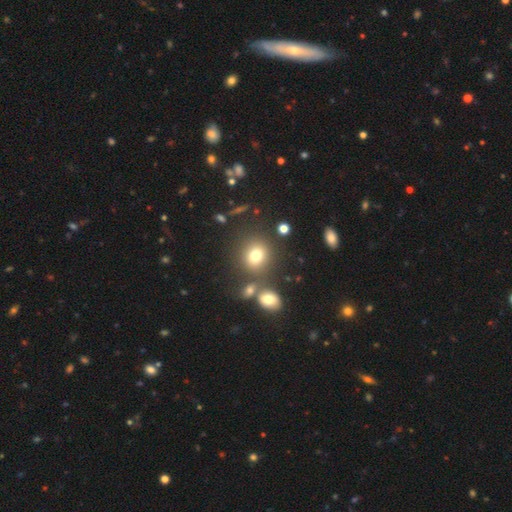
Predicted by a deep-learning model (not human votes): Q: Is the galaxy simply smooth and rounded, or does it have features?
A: smooth — 74%.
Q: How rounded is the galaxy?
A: round — 77%.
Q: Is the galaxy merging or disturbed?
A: none — 72%.